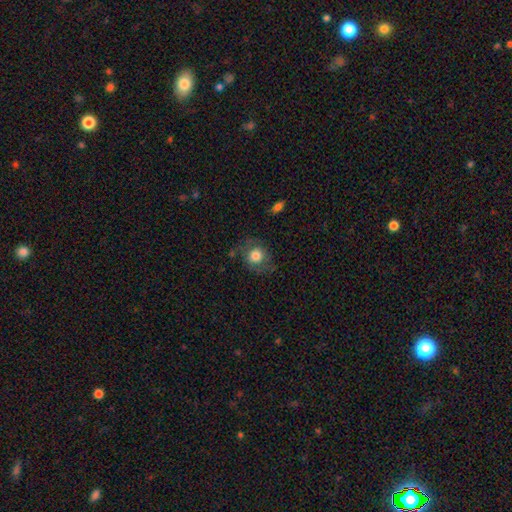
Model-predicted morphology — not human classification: Smooth or featured? Predicted: smooth (p=0.71). How rounded? Predicted: round (p=0.81). Merging? Predicted: none (p=0.68).